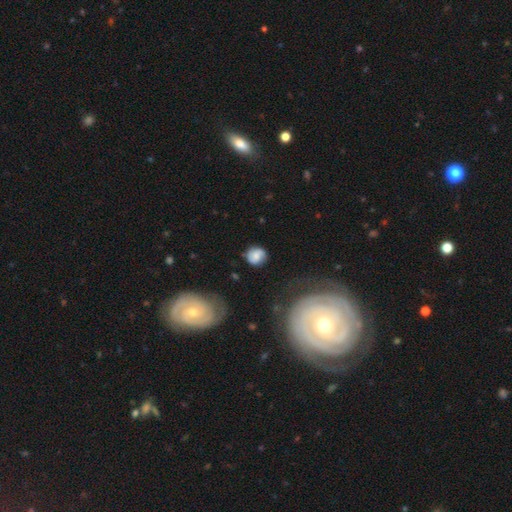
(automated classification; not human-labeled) smooth 56%, featured or disk 35%, star or artifact 9%. Down the decision tree: how rounded — round (76%); merging — none (71%).